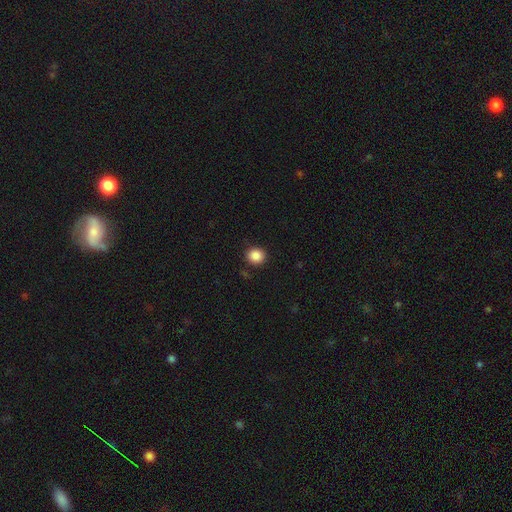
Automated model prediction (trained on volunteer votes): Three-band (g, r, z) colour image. It shows a smooth galaxy with no disk features (87%) that is round (84%). Merging: none (90%).